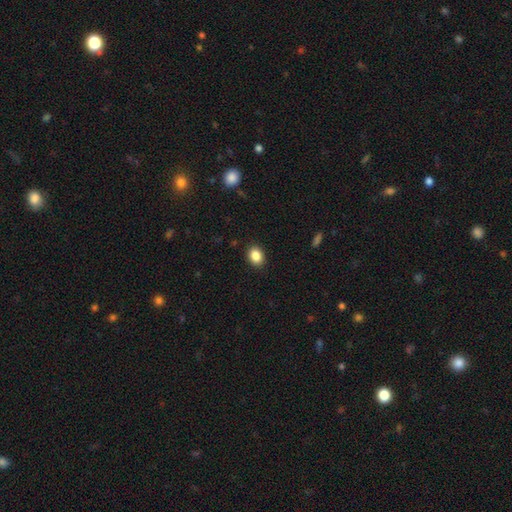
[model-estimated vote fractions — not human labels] smooth 87%, star or artifact 9%, featured or disk 4%. Down the decision tree: how rounded — in between (62%); merging — none (90%).